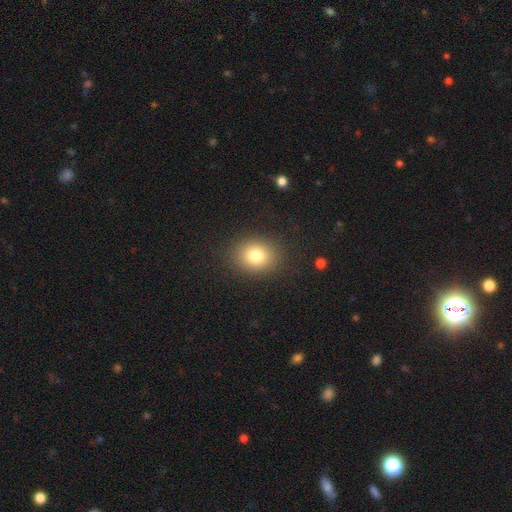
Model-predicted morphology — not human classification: This appears to be a smooth galaxy with no disk features (80%) that is round (59%). Merging: none (87%).